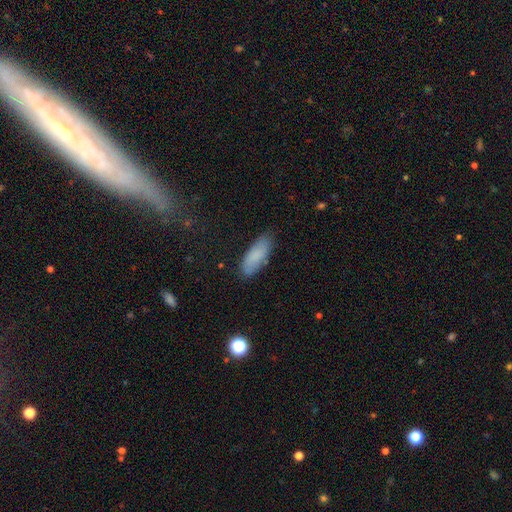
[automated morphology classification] This appears to be a smooth galaxy with no disk features (83%) that is in between round and cigar-shaped (73%). Merging: none (79%).